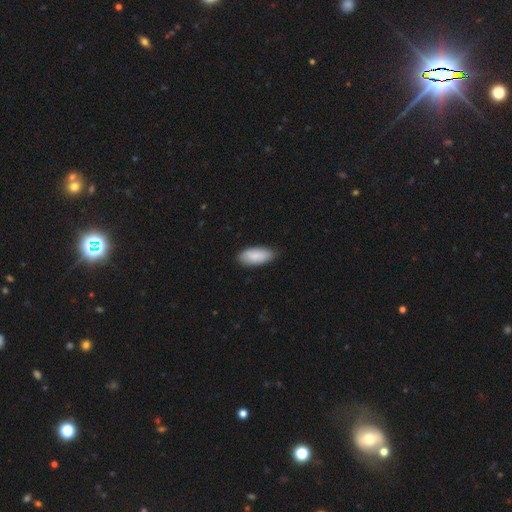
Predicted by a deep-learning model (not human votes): Q: Smooth or featured?
A: smooth (89%); runner-up: featured or disk (6%)
Q: How rounded?
A: in between (88%); runner-up: cigar-shaped (10%)
Q: Merging?
A: none (82%); runner-up: minor disturbance (15%)